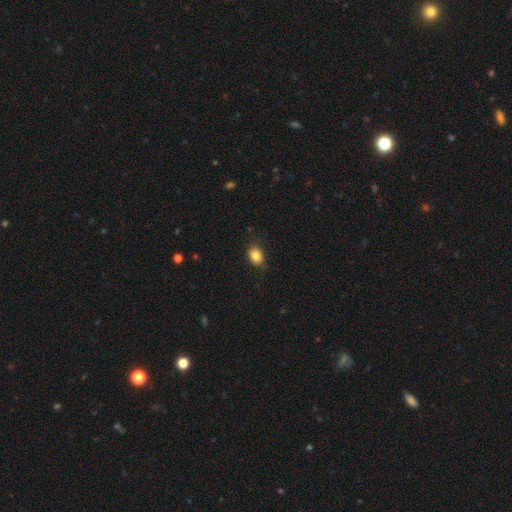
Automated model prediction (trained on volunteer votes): Q: Smooth or featured?
A: smooth (84%); runner-up: star or artifact (9%)
Q: How rounded?
A: in between (66%); runner-up: round (33%)
Q: Merging?
A: none (75%); runner-up: minor disturbance (20%)